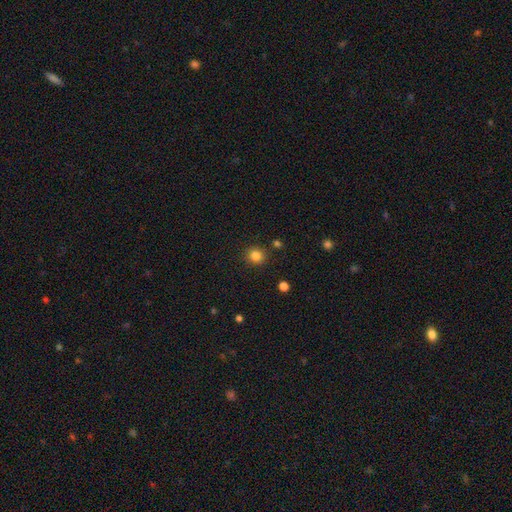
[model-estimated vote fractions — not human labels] smooth 83%, star or artifact 12%, featured or disk 5%. Down the decision tree: how rounded — round (87%); merging — none (88%).